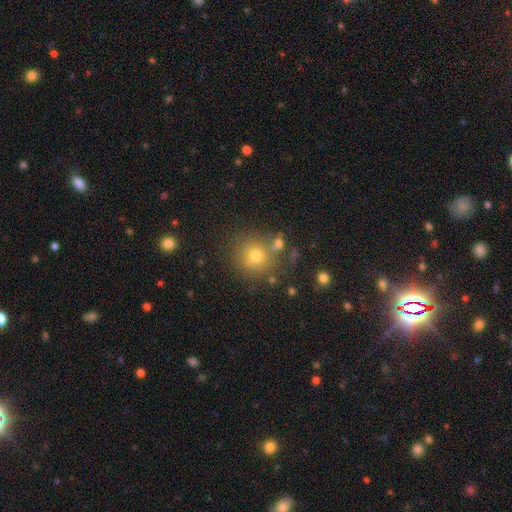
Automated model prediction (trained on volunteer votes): smooth_or_featured: smooth (p=0.71) [alt: star or artifact p=0.17]
how_rounded: round (p=0.88) [alt: in between p=0.11]
merging: none (p=0.70) [alt: merger p=0.14]